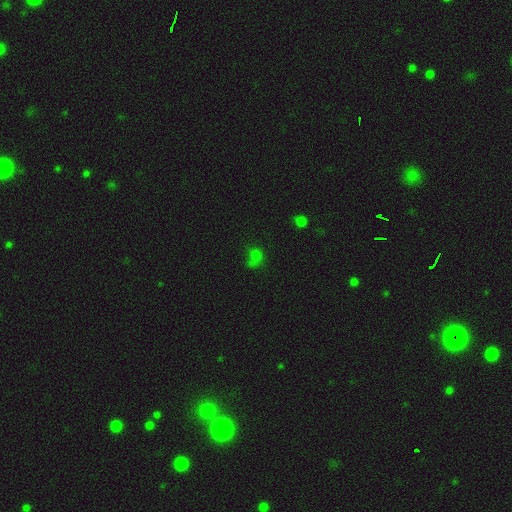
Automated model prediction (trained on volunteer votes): A smooth galaxy with no disk features (62%) that is round (70%).

Vote fractions:
- Smooth or featured? smooth: 62% / star or artifact: 28% / featured or disk: 10%
- How rounded? round: 70% / in between: 29% / cigar-shaped: 1%
- Merging? none: 45% / minor disturbance: 20% / major disturbance: 19% / merger: 15%